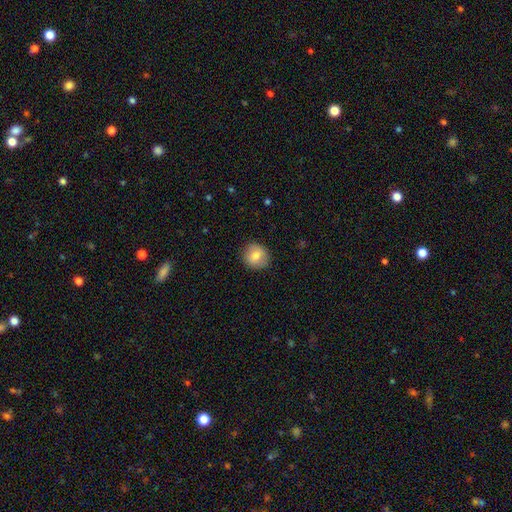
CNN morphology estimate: smooth_or_featured: smooth (p=0.77) [alt: featured or disk p=0.14]
how_rounded: round (p=0.84) [alt: in between p=0.15]
merging: none (p=0.87) [alt: minor disturbance p=0.10]